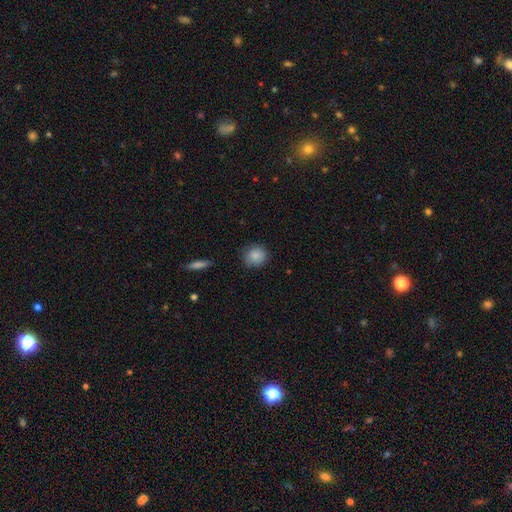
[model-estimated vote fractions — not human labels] Overall: smooth (86%). How rounded: round (86%). Merging: none (84%).